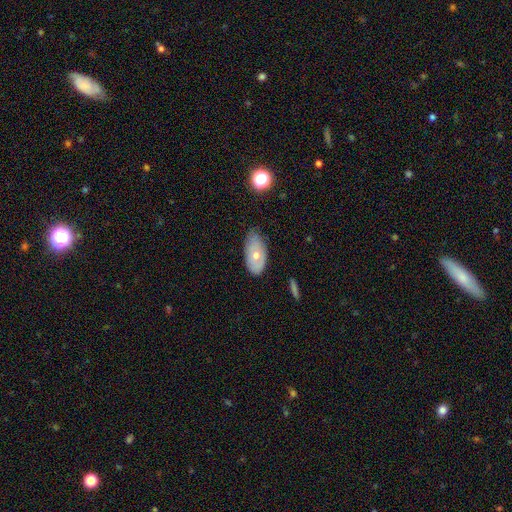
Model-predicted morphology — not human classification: Overall: smooth (62%; featured or disk 30%). How rounded: in between (92%). Merging: none (64%; minor disturbance 30%).